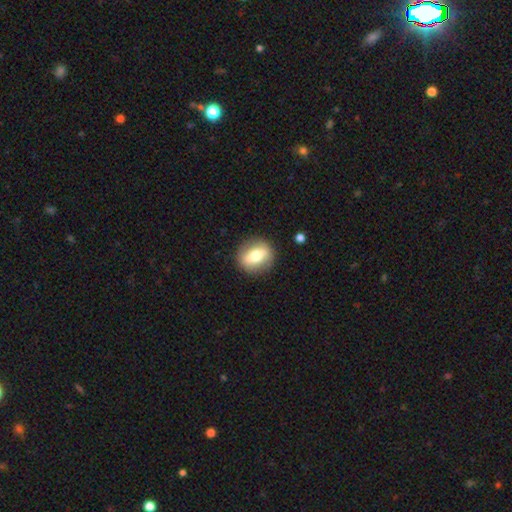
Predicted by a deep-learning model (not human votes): A smooth galaxy with no disk features (55%) that is round (65%). Merging: none (88%).